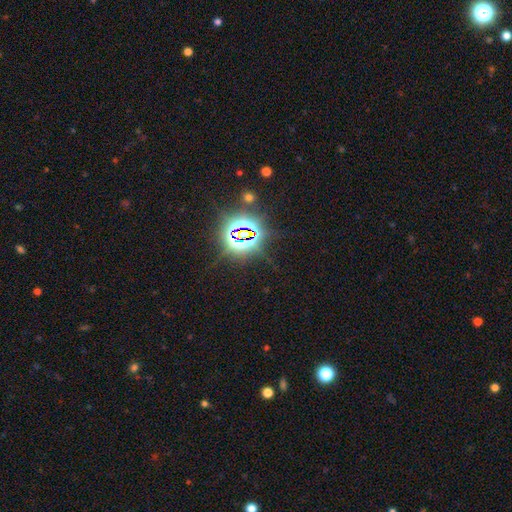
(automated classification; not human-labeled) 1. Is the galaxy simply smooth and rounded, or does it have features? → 87% star or artifact, 8% smooth, 5% featured or disk.